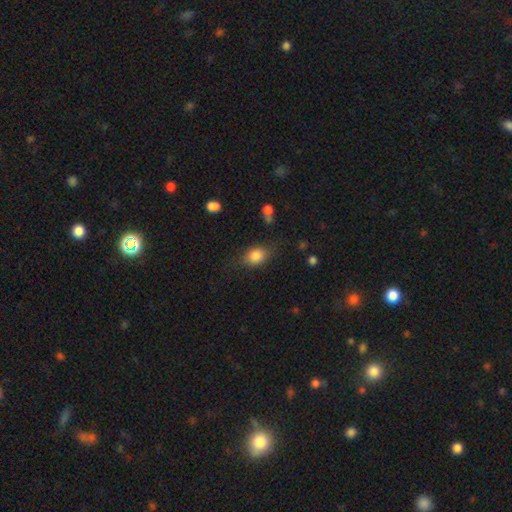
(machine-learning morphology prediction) The model was most divided on "how rounded": in between: 68%, round: 30%, cigar-shaped: 2%. More confident: smooth or featured — smooth (83%); merging — none (71%).